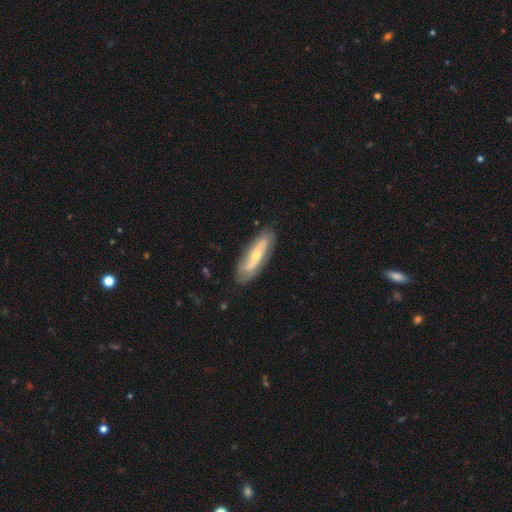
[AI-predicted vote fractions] Smooth or featured?
  - featured or disk: 64% *
  - smooth: 30%
  - star or artifact: 6%
Edge-on disk?
  - no: 74% *
  - yes: 26%
Merging?
  - none: 80% *
  - minor disturbance: 15%
  - major disturbance: 4%
  - merger: 1%